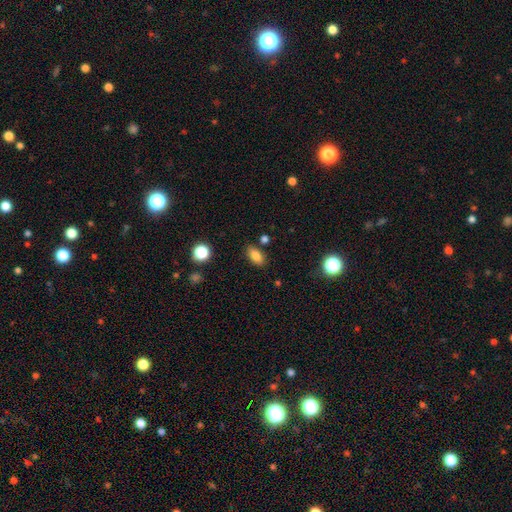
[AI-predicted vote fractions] Morphology: type=smooth (83%); roundness=in between (88%); merging=none (83%).